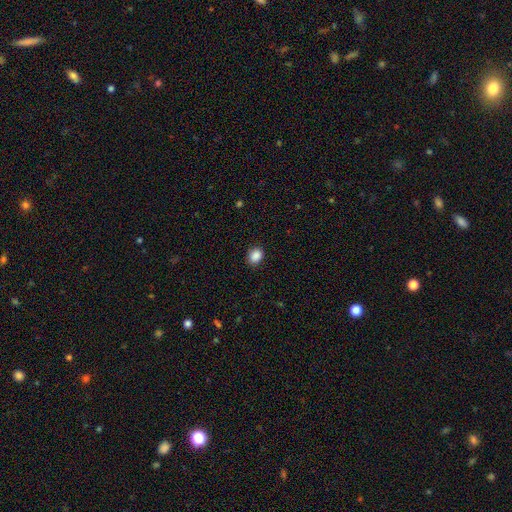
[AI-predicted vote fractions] The model was most divided on "how rounded": in between: 53%, round: 46%, cigar-shaped: 1%. More confident: smooth or featured — smooth (89%); merging — none (86%).